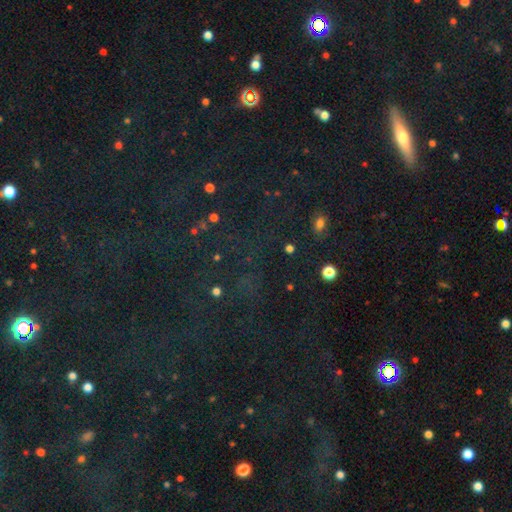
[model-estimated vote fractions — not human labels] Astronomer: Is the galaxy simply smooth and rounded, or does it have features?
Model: star or artifact — 63%.